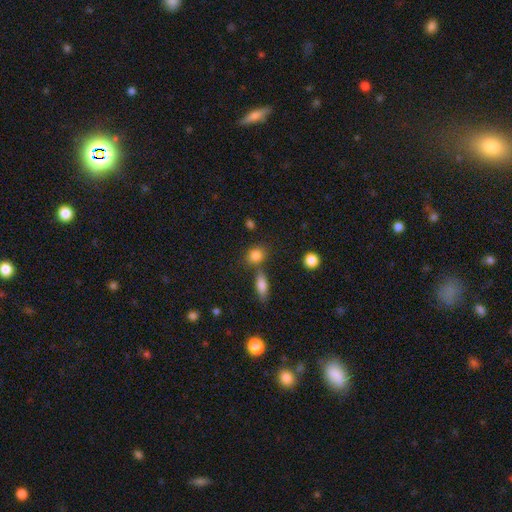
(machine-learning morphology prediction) type=smooth (84%); roundness=round (54%); merging=none (63%).